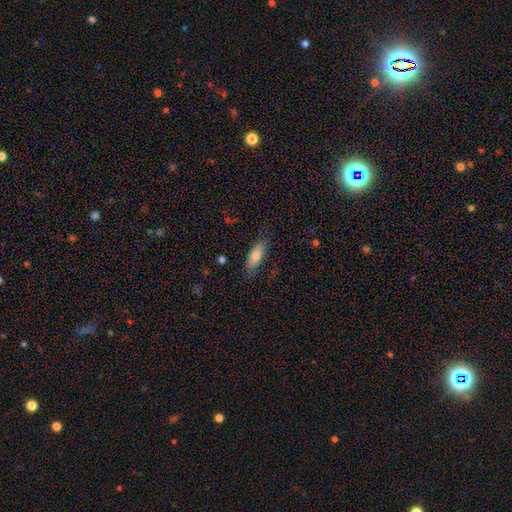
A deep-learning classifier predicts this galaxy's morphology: Smooth or featured? smooth (77%)
How rounded? in between (72%)
Merging? none (79%)